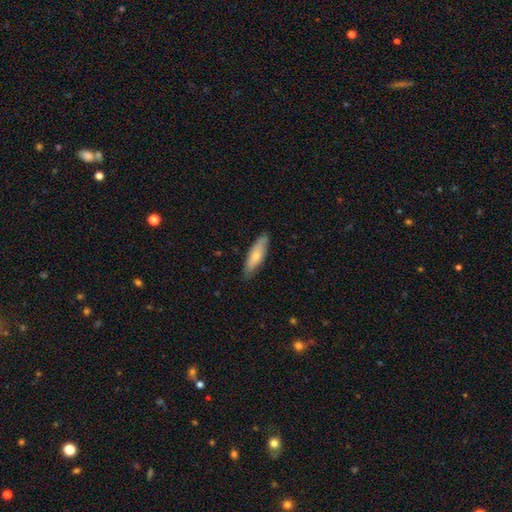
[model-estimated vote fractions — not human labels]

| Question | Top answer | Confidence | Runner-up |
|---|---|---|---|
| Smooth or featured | smooth | 65% | featured or disk (29%) |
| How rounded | cigar-shaped | 52% | in between (46%) |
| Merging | none | 82% | minor disturbance (15%) |